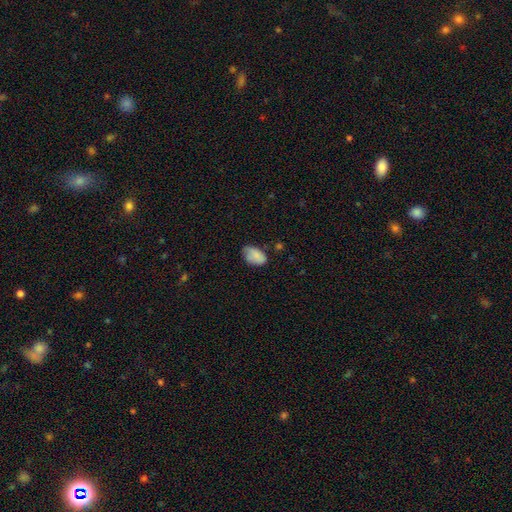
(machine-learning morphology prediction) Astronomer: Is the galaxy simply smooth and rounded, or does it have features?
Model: smooth — 80%.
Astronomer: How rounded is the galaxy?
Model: in between — 91%.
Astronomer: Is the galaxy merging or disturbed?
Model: none — 53% (runner-up: minor disturbance, 35%).